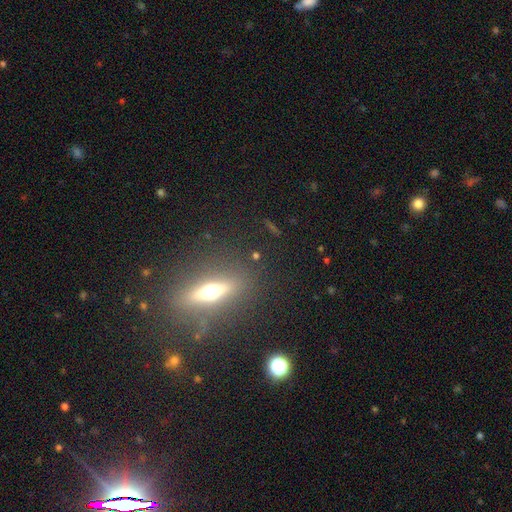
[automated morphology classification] A featured or disk galaxy (45%). Merging: none (84%).